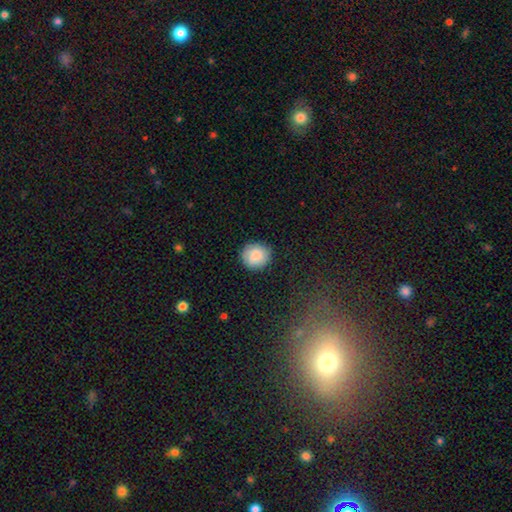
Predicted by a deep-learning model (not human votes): smooth_or_featured: smooth (p=0.85) [alt: featured or disk p=0.08]
how_rounded: round (p=0.88) [alt: in between p=0.11]
merging: none (p=0.88) [alt: minor disturbance p=0.09]